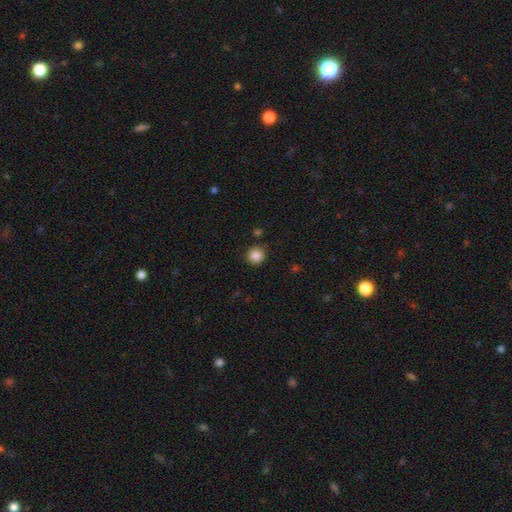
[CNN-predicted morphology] smooth 86%, star or artifact 10%, featured or disk 4%. Down the decision tree: how rounded — round (93%); merging — none (88%).